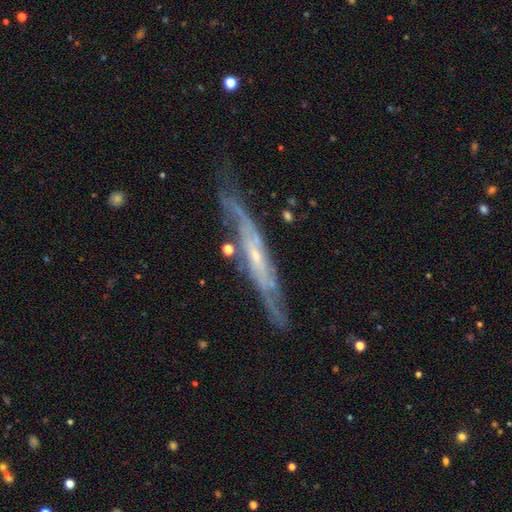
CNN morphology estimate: Smooth or featured? Predicted: featured or disk (p=0.83). Edge-on disk? Predicted: yes (p=0.54). Merging? Predicted: none (p=0.70).